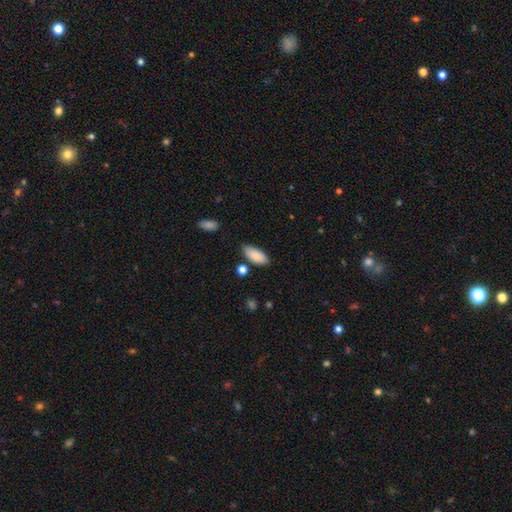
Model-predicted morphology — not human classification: smooth-or-featured: smooth: 86% | featured or disk: 7% | star or artifact: 7%
  how-rounded: in between: 87% | cigar-shaped: 11% | round: 2%
  merging: none: 76% | minor disturbance: 16% | merger: 5% | major disturbance: 3%